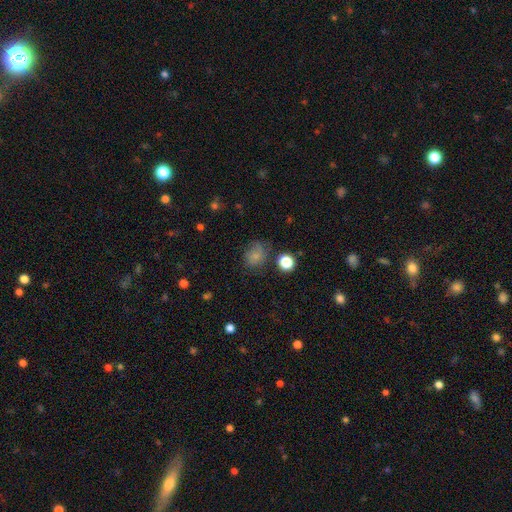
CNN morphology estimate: smooth-or-featured: smooth: 74% | star or artifact: 15% | featured or disk: 11%
  how-rounded: round: 53% | in between: 46% | cigar-shaped: 1%
  merging: none: 60% | minor disturbance: 25% | major disturbance: 11% | merger: 4%